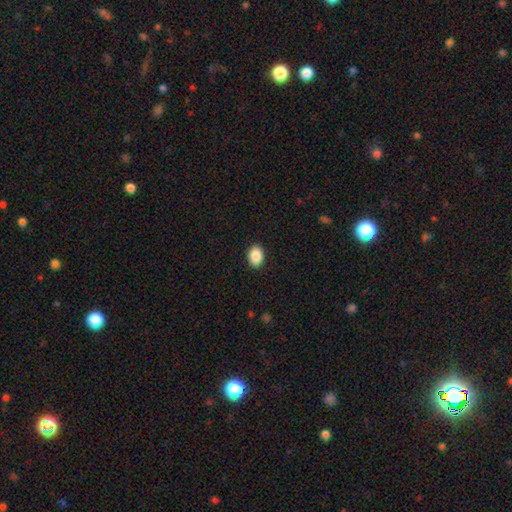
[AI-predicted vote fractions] Smooth or featured? smooth (89%)
How rounded? in between (78%)
Merging? none (89%)